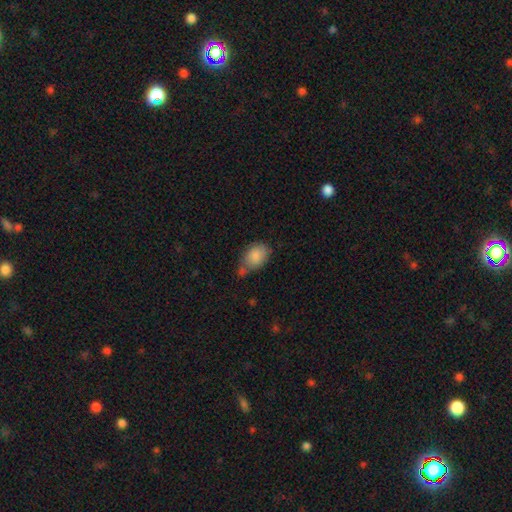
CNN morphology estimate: Smooth or featured? Predicted: smooth (p=0.85). How rounded? Predicted: in between (p=0.81). Merging? Predicted: none (p=0.45).